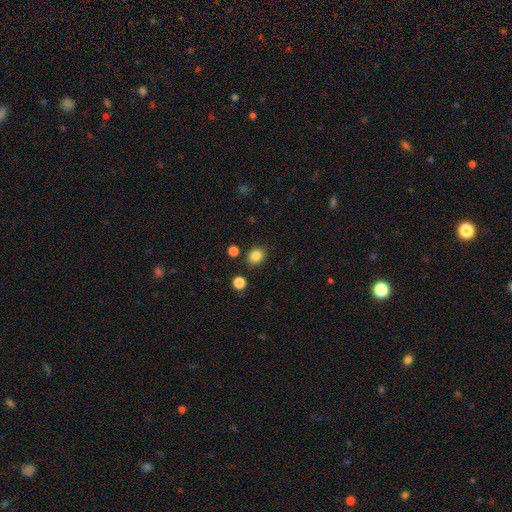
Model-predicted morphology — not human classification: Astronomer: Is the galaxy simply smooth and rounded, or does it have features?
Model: smooth — 84%.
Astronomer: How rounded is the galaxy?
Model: round — 70%.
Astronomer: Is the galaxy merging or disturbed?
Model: none — 85%.